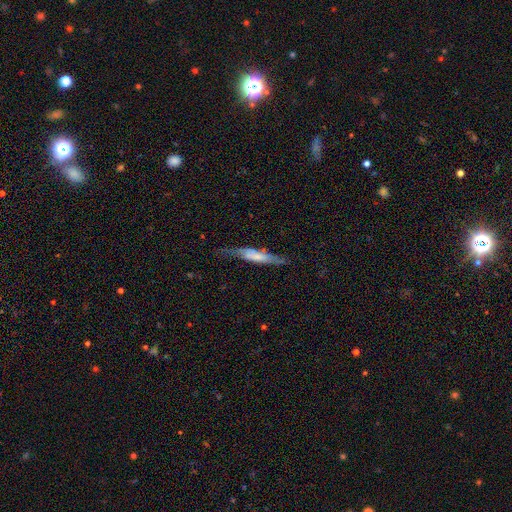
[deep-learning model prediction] This appears to be a smooth galaxy with no disk features (47%, tied with featured or disk). Merging: none (58%).